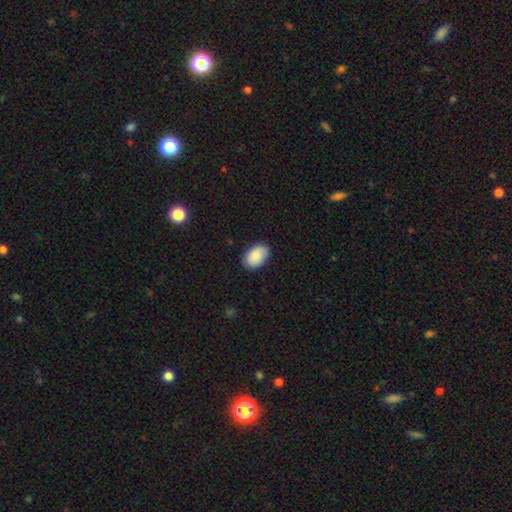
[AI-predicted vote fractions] Smooth or featured?
  - smooth: 87% *
  - featured or disk: 6%
  - star or artifact: 6%
How rounded?
  - in between: 90% *
  - round: 9%
  - cigar-shaped: 1%
Merging?
  - none: 85% *
  - minor disturbance: 12%
  - major disturbance: 2%
  - merger: 1%